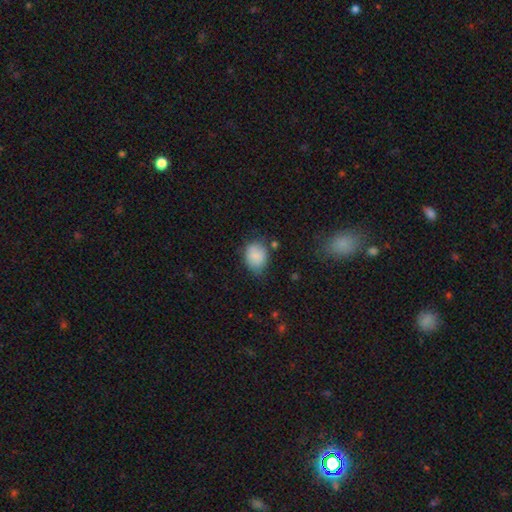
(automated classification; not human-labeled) Morphology: type=smooth (84%); roundness=in between (53%); merging=none (65%).